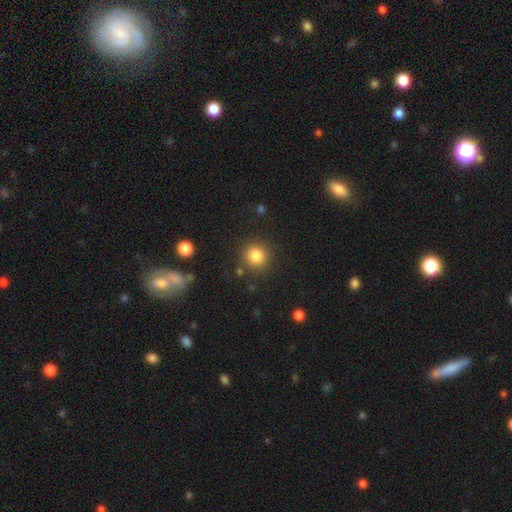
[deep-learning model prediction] Q: Smooth or featured?
A: smooth (84%); runner-up: star or artifact (11%)
Q: How rounded?
A: round (92%); runner-up: in between (7%)
Q: Merging?
A: none (87%); runner-up: minor disturbance (7%)